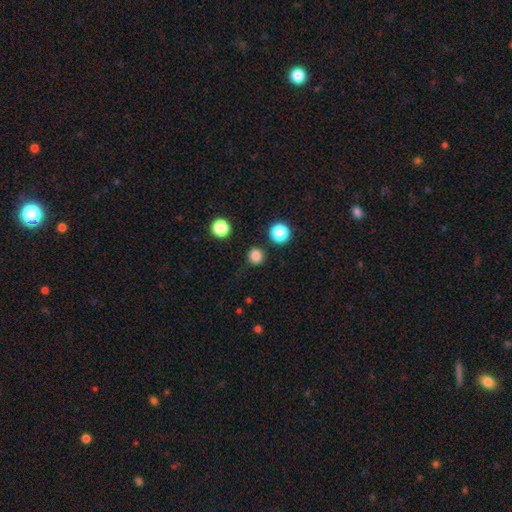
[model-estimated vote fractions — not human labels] Smooth or featured: smooth — 81% (star or artifact — 15%)
How rounded: round — 93% (in between — 6%)
Merging: none — 86% (minor disturbance — 8%)